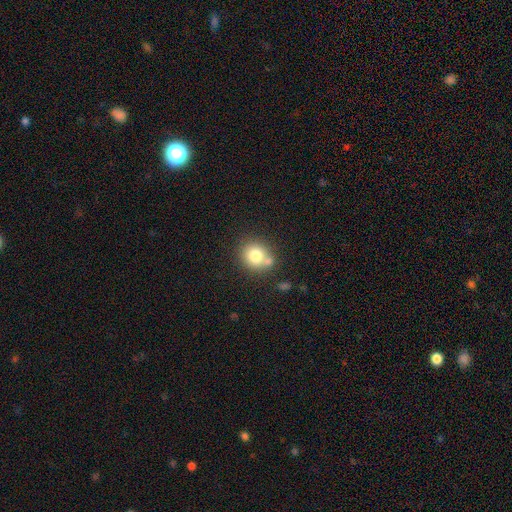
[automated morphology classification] A smooth galaxy with no disk features (77%) that is round (84%). Merging: none (62%).